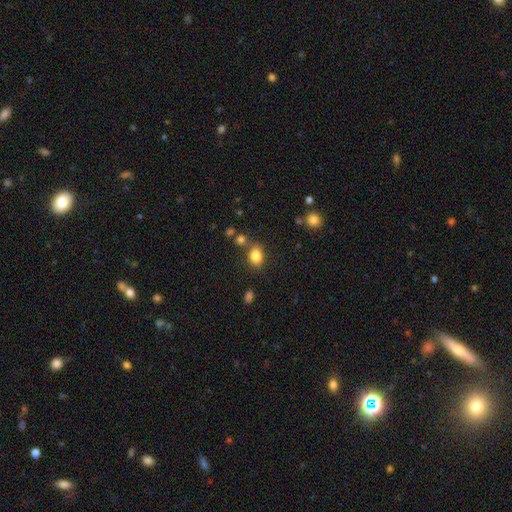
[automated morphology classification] The model was most divided on "how rounded": in between: 68%, round: 31%, cigar-shaped: 1%. More confident: smooth or featured — smooth (83%); merging — none (69%).